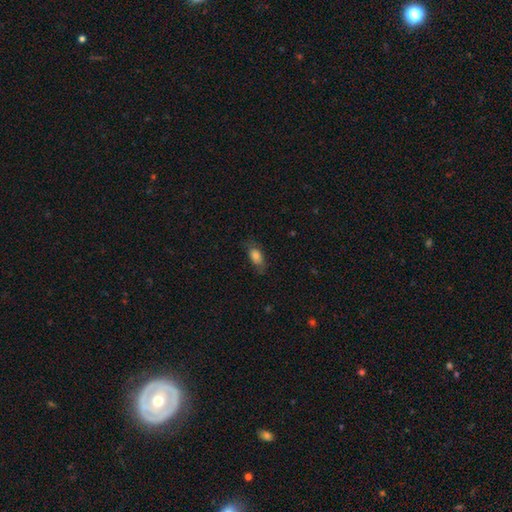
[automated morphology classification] Smooth or featured? smooth (77%)
How rounded? in between (86%)
Merging? none (66%)